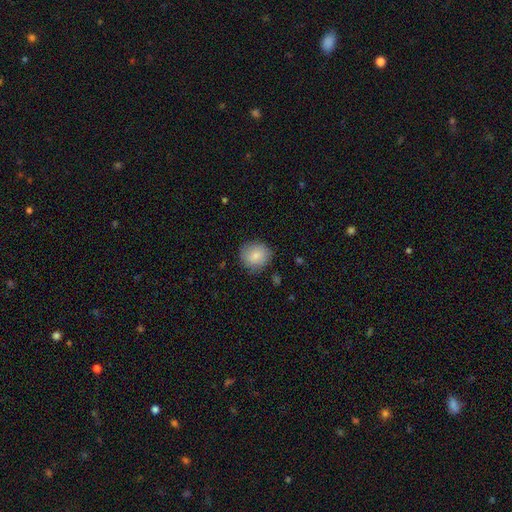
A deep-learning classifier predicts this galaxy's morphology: Q: Smooth or featured?
A: smooth (83%); runner-up: featured or disk (10%)
Q: How rounded?
A: round (83%); runner-up: in between (16%)
Q: Merging?
A: none (81%); runner-up: minor disturbance (14%)